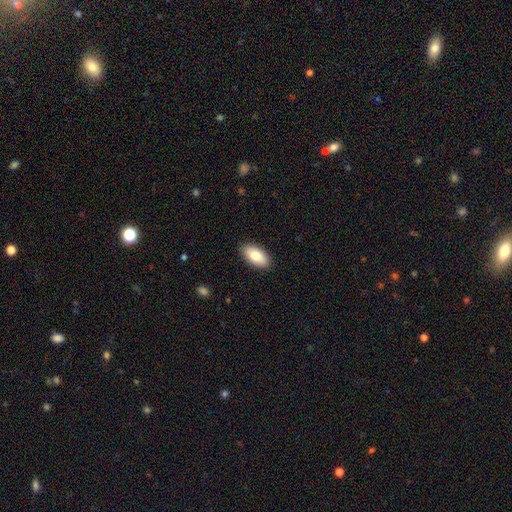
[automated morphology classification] Smooth or featured? smooth (80%)
How rounded? in between (94%)
Merging? none (89%)